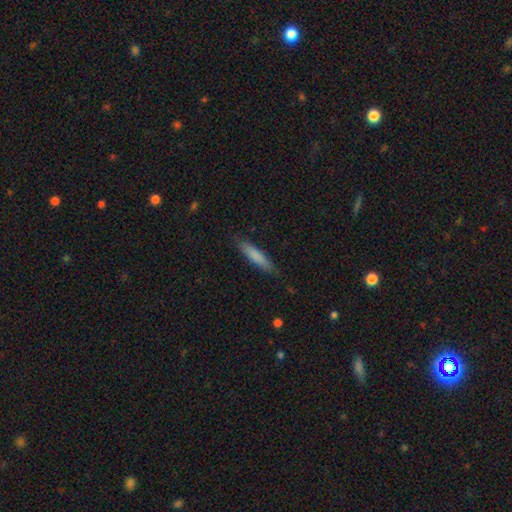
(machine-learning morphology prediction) smooth 81%, featured or disk 13%, star or artifact 6%. Down the decision tree: how rounded — cigar-shaped (84%); merging — none (86%).